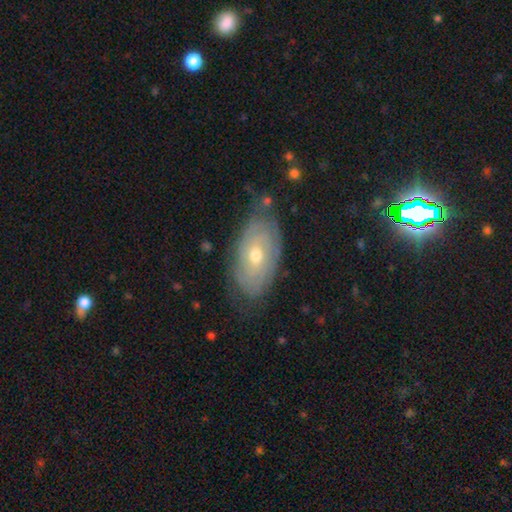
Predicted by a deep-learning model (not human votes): smooth-or-featured: featured or disk: 65% | smooth: 26% | star or artifact: 9%
  disk-edge-on: no: 90% | yes: 10%
    bar: no: 78% | weak: 18% | strong: 4%
    has-spiral-arms: yes: 72% | no: 28%
    bulge-size: moderate: 57% | small: 40% | large: 2% | none: 1% | dominant: 1%
  merging: none: 74% | minor disturbance: 19% | major disturbance: 5% | merger: 2%